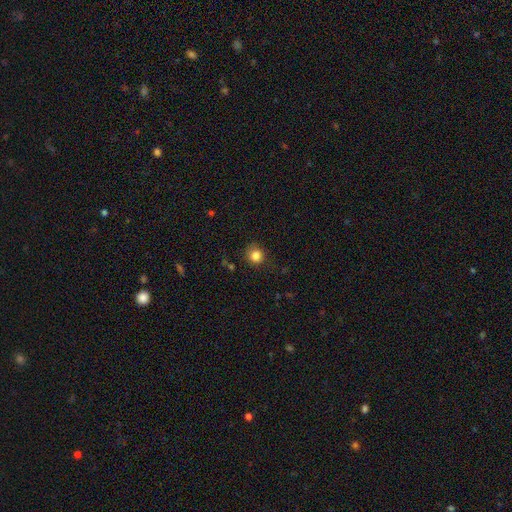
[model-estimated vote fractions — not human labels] Smooth or featured? smooth (84%)
How rounded? round (86%)
Merging? none (81%)